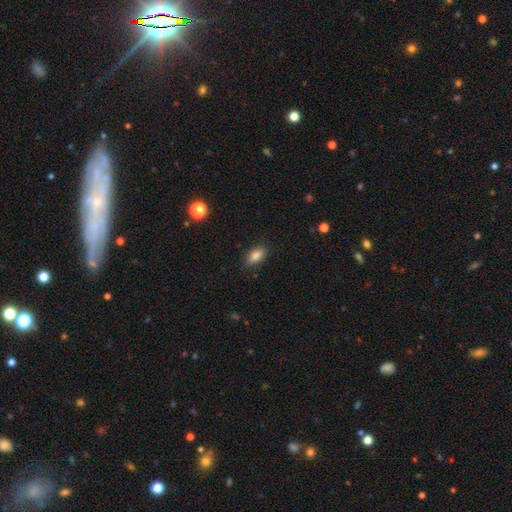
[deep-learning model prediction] Smooth or featured? smooth (82%)
How rounded? in between (88%)
Merging? none (87%)